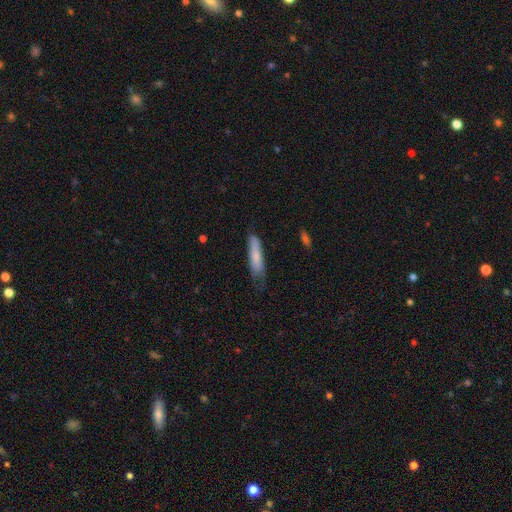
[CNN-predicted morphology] A smooth galaxy with no disk features (76%) that is cigar-shaped (76%).

Vote fractions:
- Smooth or featured? smooth: 76% / featured or disk: 18% / star or artifact: 6%
- How rounded? cigar-shaped: 76% / in between: 23% / round: 1%
- Merging? none: 53% / minor disturbance: 34% / major disturbance: 12% / merger: 2%